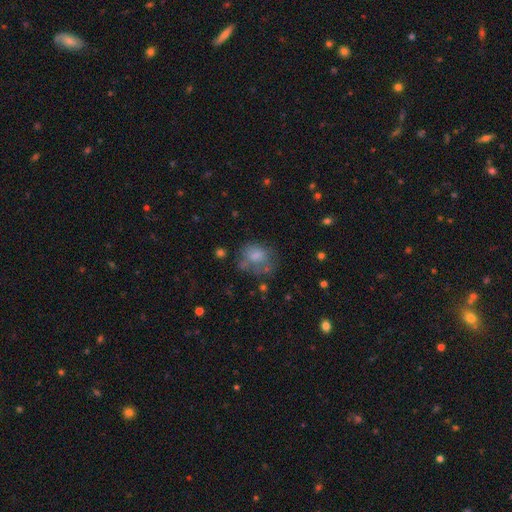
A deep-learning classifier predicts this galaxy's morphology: Smooth or featured? Predicted: smooth (p=0.64). How rounded? Predicted: round (p=0.50). Merging? Predicted: none (p=0.39).